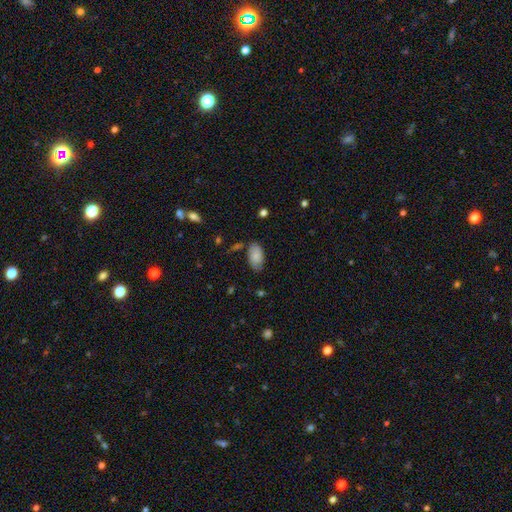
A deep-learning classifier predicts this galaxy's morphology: smooth_or_featured: smooth (p=0.80) [alt: featured or disk p=0.13]
how_rounded: in between (p=0.94) [alt: round p=0.04]
merging: none (p=0.73) [alt: minor disturbance p=0.19]